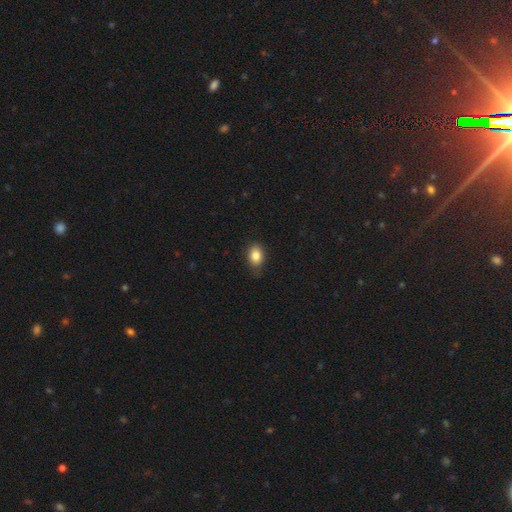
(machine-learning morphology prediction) This appears to be a smooth galaxy with no disk features (85%) that is in between round and cigar-shaped (77%). Merging: none (77%).